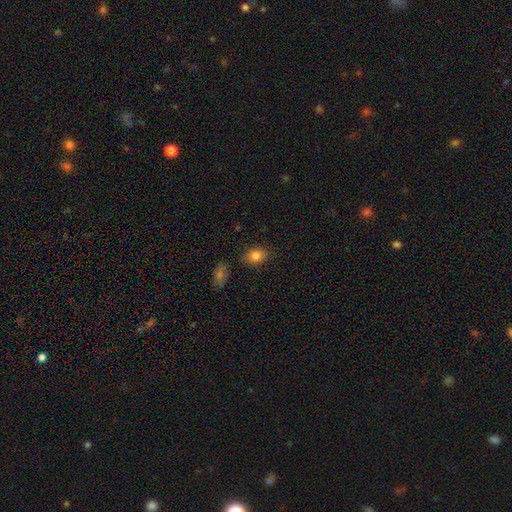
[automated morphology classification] A smooth galaxy with no disk features (83%) that is in between round and cigar-shaped (70%).

Vote fractions:
- Smooth or featured? smooth: 83% / star or artifact: 10% / featured or disk: 7%
- How rounded? in between: 70% / round: 29% / cigar-shaped: 1%
- Merging? none: 82% / minor disturbance: 12% / merger: 3% / major disturbance: 3%